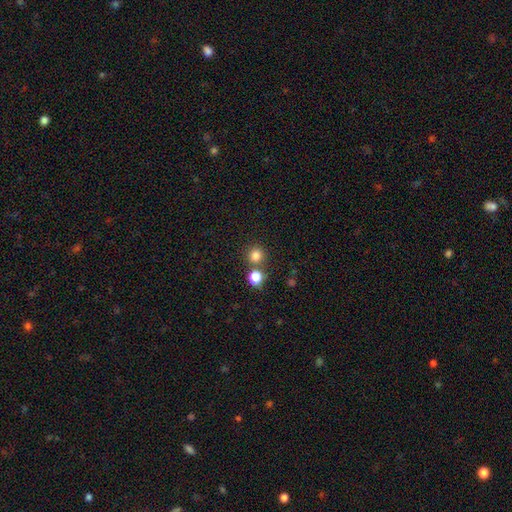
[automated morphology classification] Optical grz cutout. It shows a smooth galaxy with no disk features (80%) that is round (93%). Merging: none (74%).